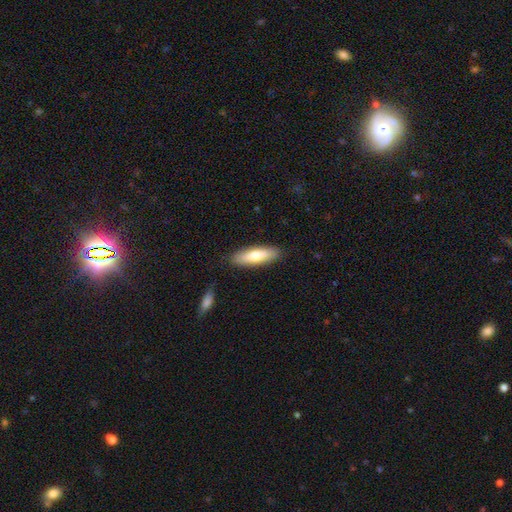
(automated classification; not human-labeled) A smooth galaxy with no disk features (72%) that is cigar-shaped (59%).

Vote fractions:
- Smooth or featured? smooth: 72% / featured or disk: 22% / star or artifact: 6%
- How rounded? cigar-shaped: 59% / in between: 39% / round: 2%
- Merging? none: 87% / minor disturbance: 9% / major disturbance: 2% / merger: 2%